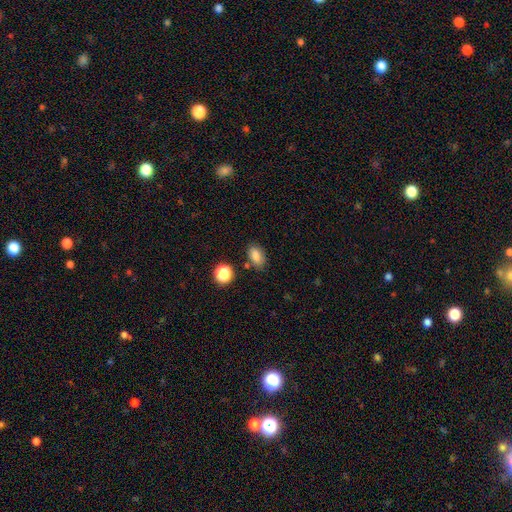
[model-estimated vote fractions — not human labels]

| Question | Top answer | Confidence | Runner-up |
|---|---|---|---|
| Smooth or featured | smooth | 82% | star or artifact (11%) |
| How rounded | in between | 85% | round (12%) |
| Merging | none | 79% | minor disturbance (13%) |